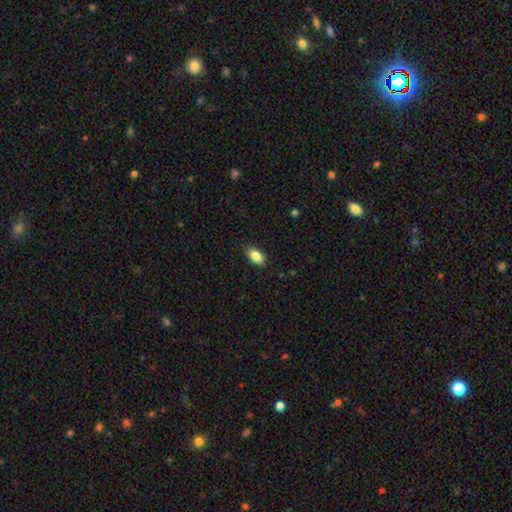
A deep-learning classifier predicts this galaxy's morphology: smooth_or_featured: smooth (p=0.85) [alt: star or artifact p=0.07]
how_rounded: in between (p=0.92) [alt: round p=0.05]
merging: none (p=0.86) [alt: minor disturbance p=0.11]